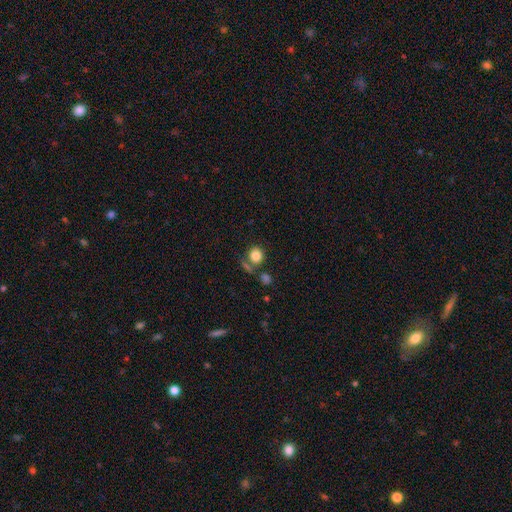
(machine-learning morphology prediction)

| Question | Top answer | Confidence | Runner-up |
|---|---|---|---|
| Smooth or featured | smooth | 83% | star or artifact (10%) |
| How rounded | round | 82% | in between (17%) |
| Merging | none | 64% | merger (19%) |